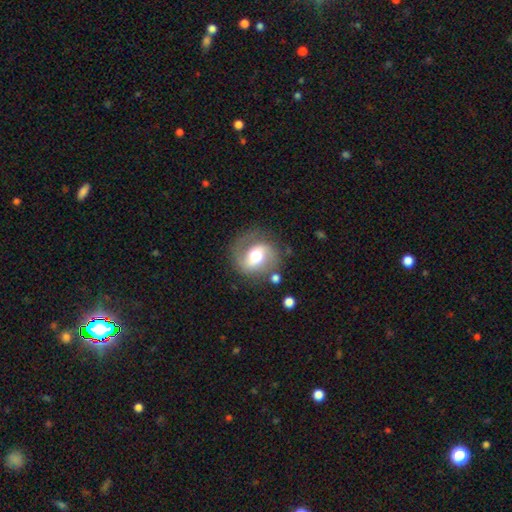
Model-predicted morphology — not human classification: type=featured or disk (62%); edge-on=no (96%); bar=weak (42%); spiral arms=yes (77%); bulge=moderate (61%); merging=none (71%).